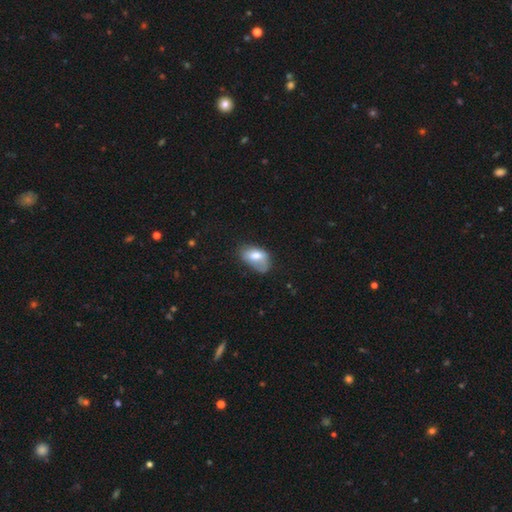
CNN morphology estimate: Smooth or featured: smooth — 71% (featured or disk — 21%)
How rounded: in between — 90% (round — 8%)
Merging: none — 39% (minor disturbance — 36%)